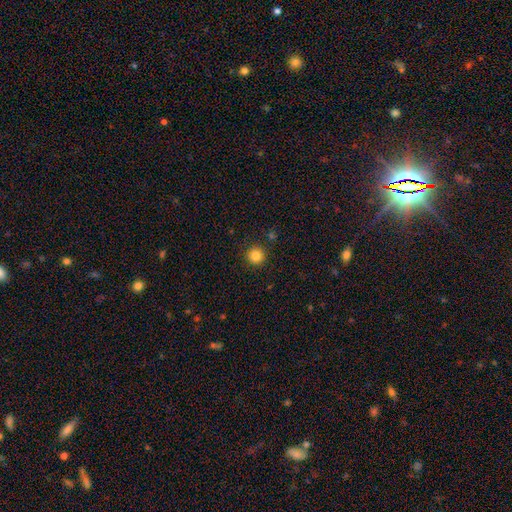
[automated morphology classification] Smooth or featured? smooth (84%)
How rounded? round (95%)
Merging? none (91%)